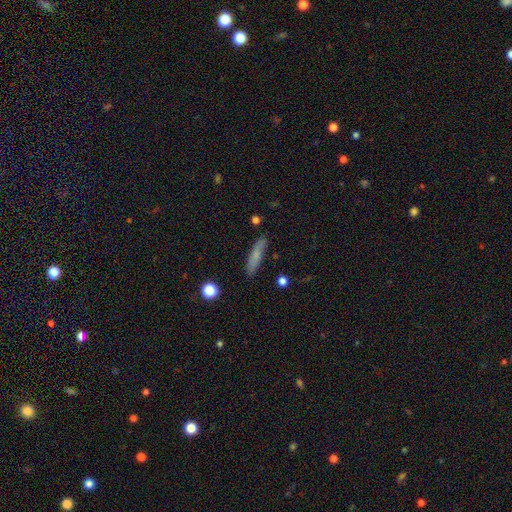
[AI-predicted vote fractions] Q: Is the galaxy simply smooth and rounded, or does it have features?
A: smooth — 73%.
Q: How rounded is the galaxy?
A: cigar-shaped — 83%.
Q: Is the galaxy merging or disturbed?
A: none — 83%.